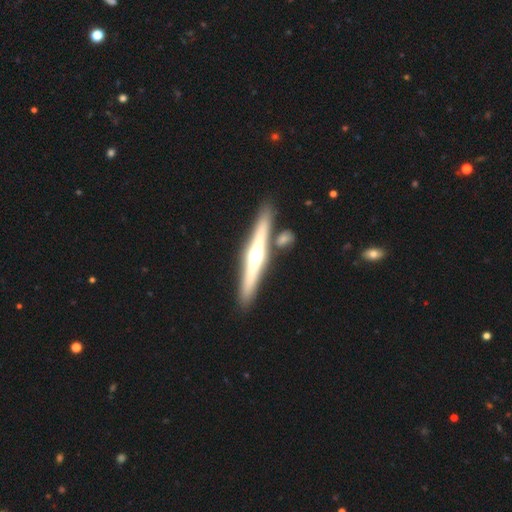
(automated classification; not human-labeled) featured or disk 71%, smooth 24%, star or artifact 5%. Down the decision tree: edge-on disk — yes (97%); edge-on bulge — rounded (87%); merging — none (84%).